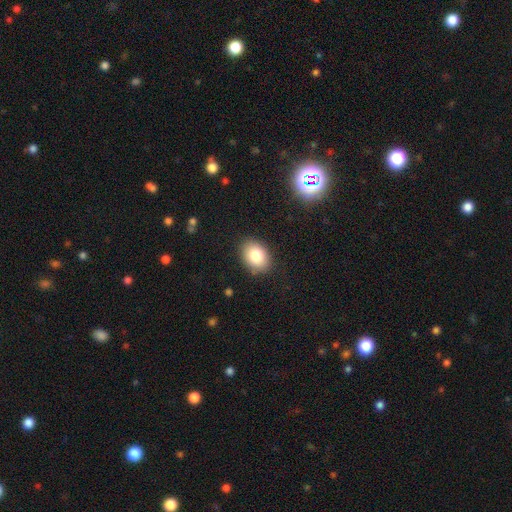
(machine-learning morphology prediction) smooth-or-featured: smooth: 83% | featured or disk: 9% | star or artifact: 8%
  how-rounded: in between: 74% | round: 25% | cigar-shaped: 1%
  merging: none: 86% | minor disturbance: 10% | major disturbance: 3% | merger: 1%